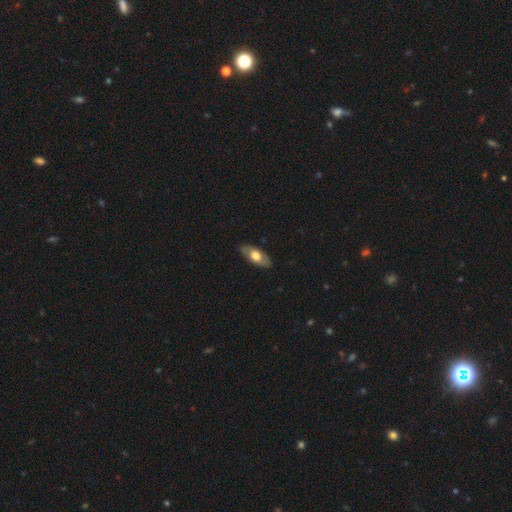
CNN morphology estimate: The model was most divided on "smooth or featured": smooth: 59%, featured or disk: 36%, star or artifact: 5%. More confident: merging — none (84%); how rounded — in between (84%).